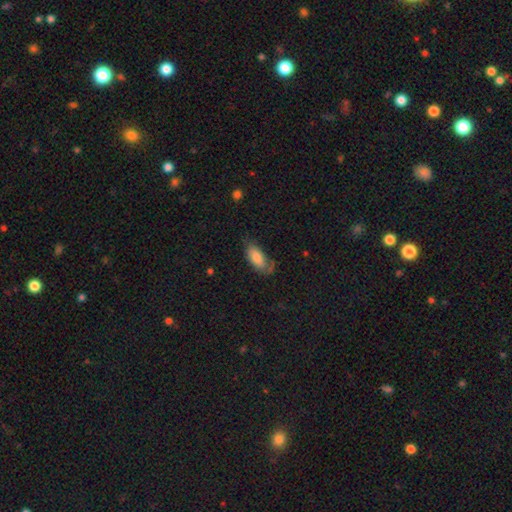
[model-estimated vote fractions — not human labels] smooth 72%, featured or disk 20%, star or artifact 8%. Down the decision tree: how rounded — in between (87%); merging — none (55%).